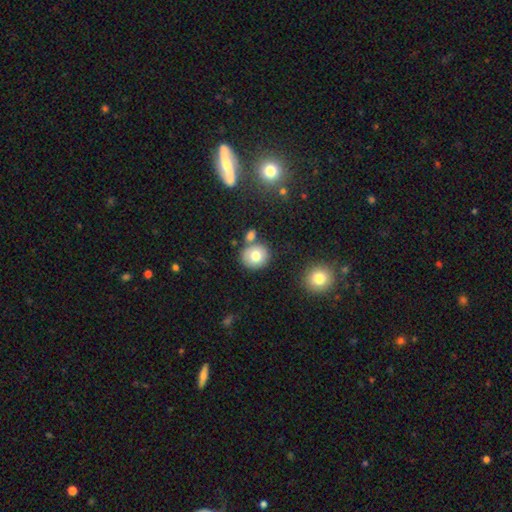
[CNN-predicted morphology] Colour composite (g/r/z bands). It shows a smooth galaxy with no disk features (75%) that is round (83%). Merging: none (73%).